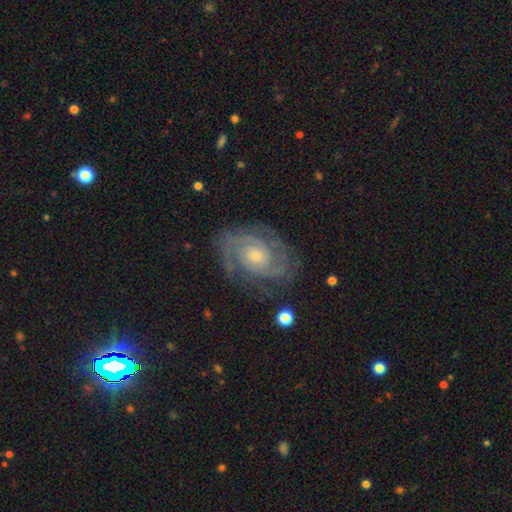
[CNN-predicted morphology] This is clearly a featured or disk galaxy (89%). It is clearly not viewed edge-on (97%). Bar: likely no (69%). Spiral arm pattern: clearly yes (97%). Spiral arm count: possibly 2 (56%). Spiral winding: likely tight (64%). Central bulge: possibly small (57%). Merging: likely none (77%).